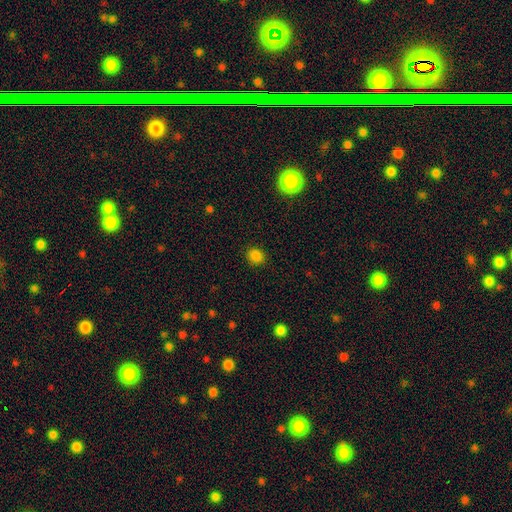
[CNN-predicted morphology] Smooth or featured?
  - smooth: 83% *
  - star or artifact: 13%
  - featured or disk: 4%
How rounded?
  - round: 73% *
  - in between: 27%
  - cigar-shaped: 1%
Merging?
  - none: 90% *
  - minor disturbance: 7%
  - major disturbance: 2%
  - merger: 1%